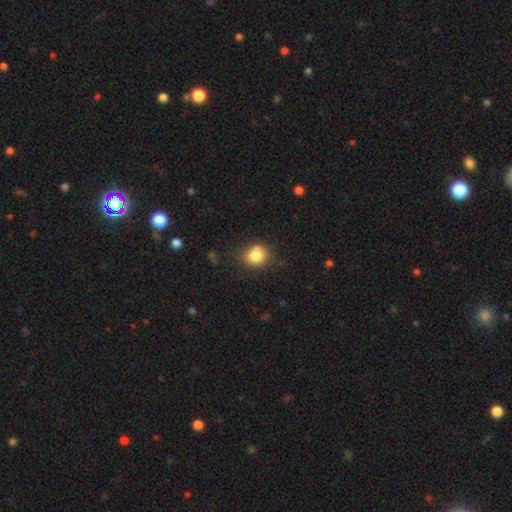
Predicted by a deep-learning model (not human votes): A smooth galaxy with no disk features (81%) that is round (78%). Merging: none (71%).